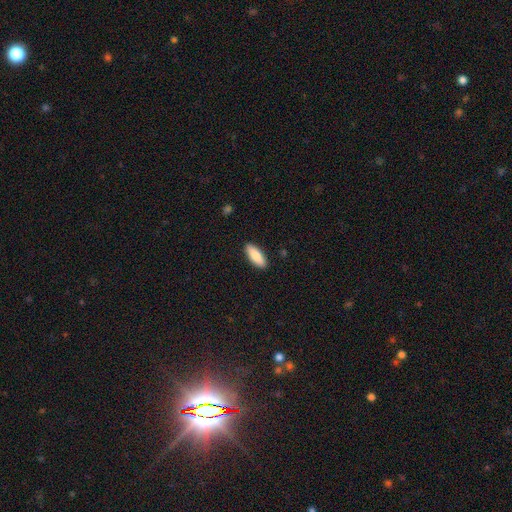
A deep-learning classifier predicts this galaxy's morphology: smooth_or_featured: smooth (p=0.85) [alt: featured or disk p=0.09]
how_rounded: in between (p=0.67) [alt: cigar-shaped p=0.32]
merging: none (p=0.90) [alt: minor disturbance p=0.08]